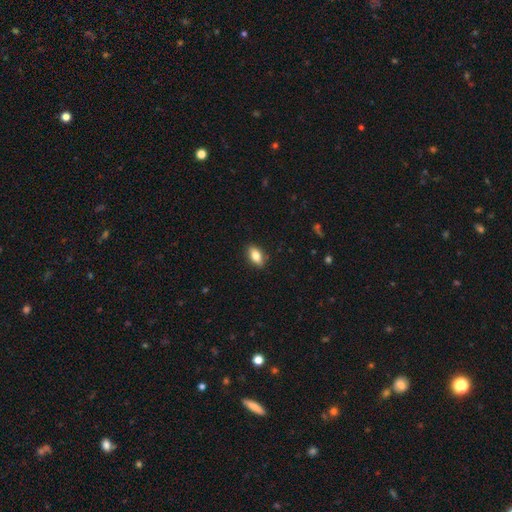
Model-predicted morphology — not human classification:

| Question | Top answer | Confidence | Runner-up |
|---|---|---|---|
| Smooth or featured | smooth | 77% | featured or disk (15%) |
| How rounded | in between | 86% | cigar-shaped (9%) |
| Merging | none | 88% | minor disturbance (9%) |